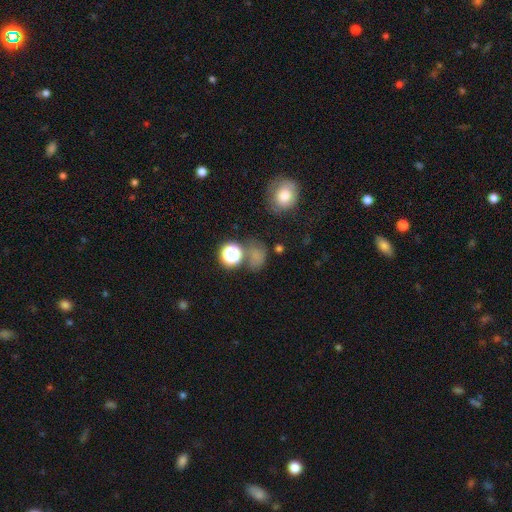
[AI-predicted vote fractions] Smooth or featured? Predicted: smooth (p=0.60). How rounded? Predicted: round (p=0.61). Merging? Predicted: none (p=0.53).